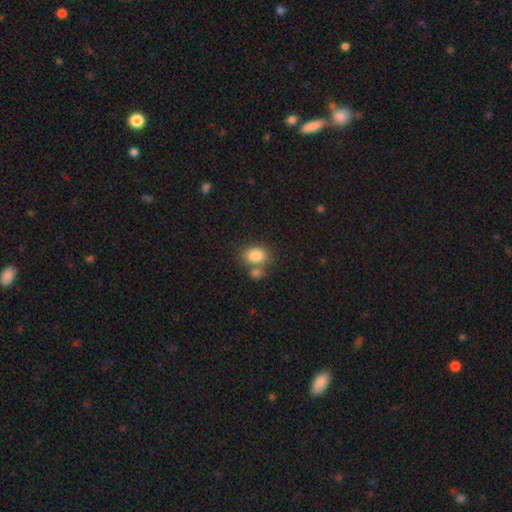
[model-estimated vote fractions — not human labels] Smooth or featured? Predicted: smooth (p=0.84). How rounded? Predicted: in between (p=0.66). Merging? Predicted: none (p=0.53).